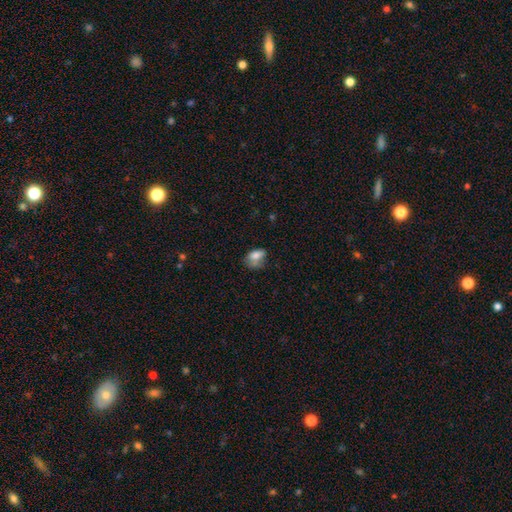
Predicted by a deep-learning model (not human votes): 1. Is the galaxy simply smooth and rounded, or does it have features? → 76% smooth, 15% featured or disk, 10% star or artifact.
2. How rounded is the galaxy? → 82% in between, 16% round, 2% cigar-shaped.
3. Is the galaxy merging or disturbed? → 37% none, 34% minor disturbance, 21% major disturbance, 8% merger.